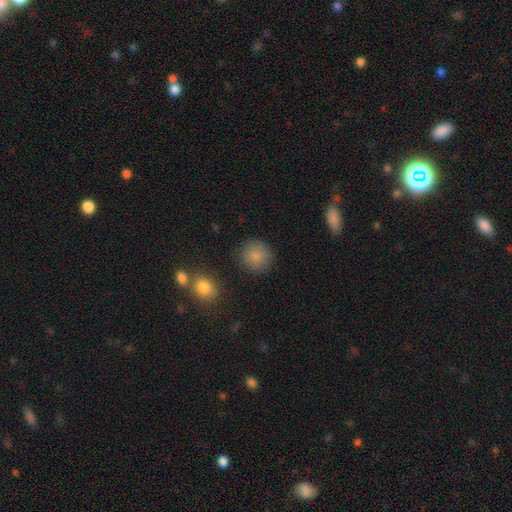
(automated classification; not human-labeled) A smooth galaxy with no disk features (85%) that is round (92%). Merging: none (86%).